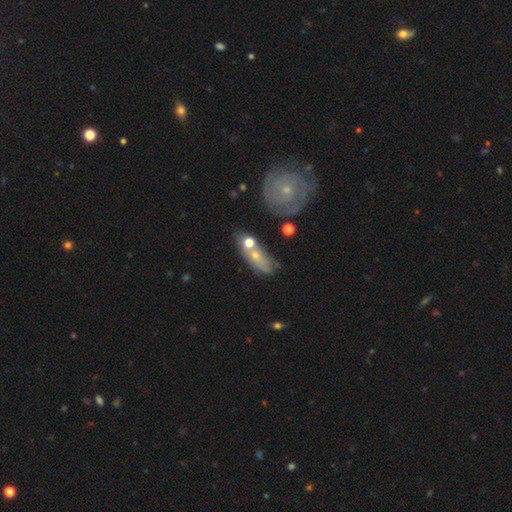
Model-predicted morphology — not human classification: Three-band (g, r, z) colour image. It shows a smooth galaxy with no disk features (47%). Merging: none (48%).